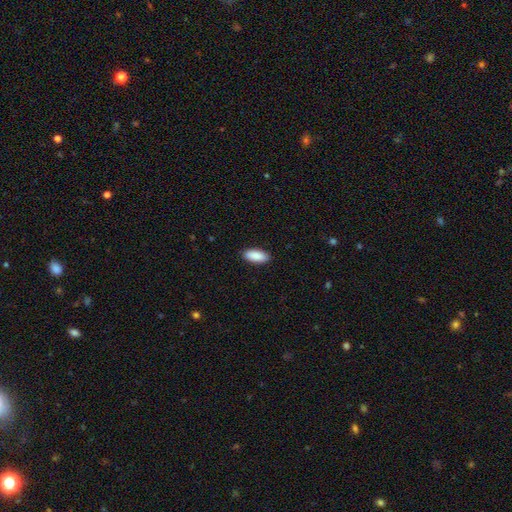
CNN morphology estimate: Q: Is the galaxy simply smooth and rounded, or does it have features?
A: smooth — 90%.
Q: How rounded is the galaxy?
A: in between — 86%.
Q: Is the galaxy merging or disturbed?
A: none — 90%.